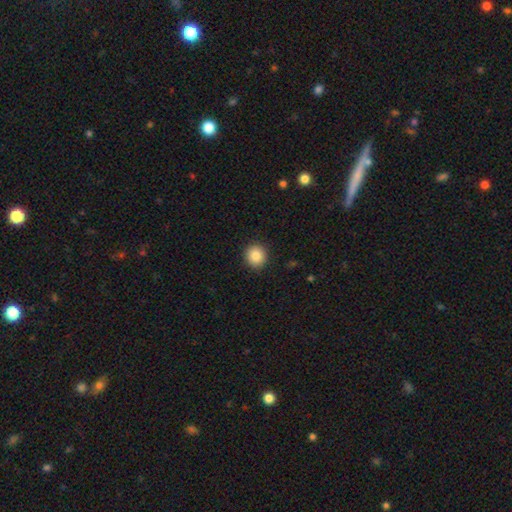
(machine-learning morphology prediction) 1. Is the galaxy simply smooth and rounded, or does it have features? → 86% smooth, 9% star or artifact, 5% featured or disk.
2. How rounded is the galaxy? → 88% round, 11% in between, 1% cigar-shaped.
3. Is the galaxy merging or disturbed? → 92% none, 6% minor disturbance, 2% major disturbance, 1% merger.